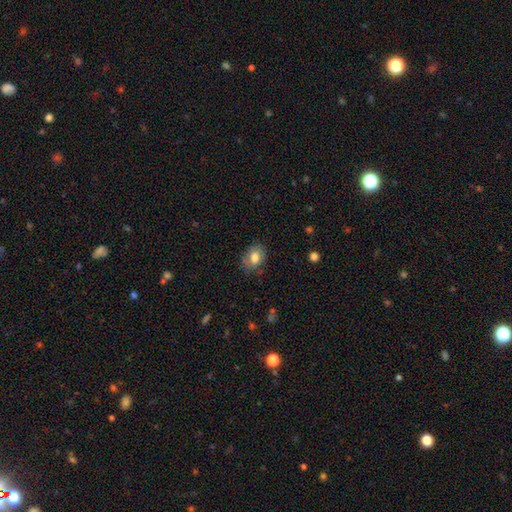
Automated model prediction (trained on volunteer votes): Smooth or featured: smooth — 75% (featured or disk — 16%)
How rounded: in between — 66% (round — 33%)
Merging: none — 76% (minor disturbance — 18%)